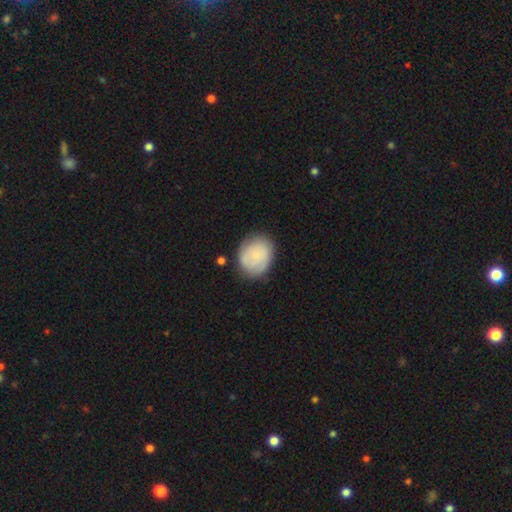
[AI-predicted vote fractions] smooth_or_featured: smooth (p=0.64) [alt: featured or disk p=0.29]
how_rounded: round (p=0.61) [alt: in between p=0.39]
merging: none (p=0.76) [alt: minor disturbance p=0.18]